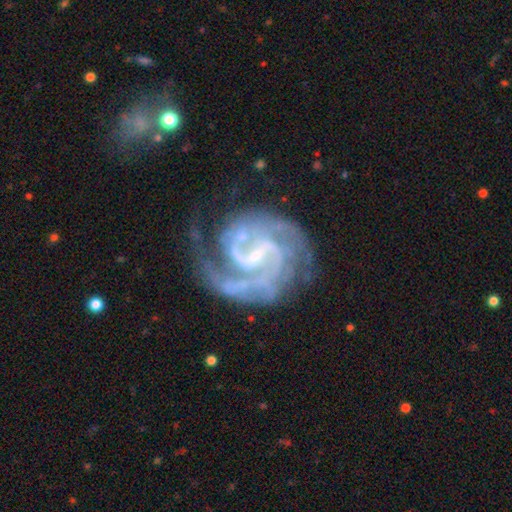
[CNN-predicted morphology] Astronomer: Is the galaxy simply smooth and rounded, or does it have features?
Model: featured or disk — 92%.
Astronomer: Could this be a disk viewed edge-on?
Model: no — 98%.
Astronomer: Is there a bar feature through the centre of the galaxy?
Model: weak — 52%.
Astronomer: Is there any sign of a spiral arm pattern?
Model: yes — 98%.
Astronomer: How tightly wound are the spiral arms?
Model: medium — 48% (runner-up: tight, 43%).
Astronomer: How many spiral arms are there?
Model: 2 — 55%.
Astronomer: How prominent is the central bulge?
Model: small — 74%.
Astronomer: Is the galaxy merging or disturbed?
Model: none — 60%.